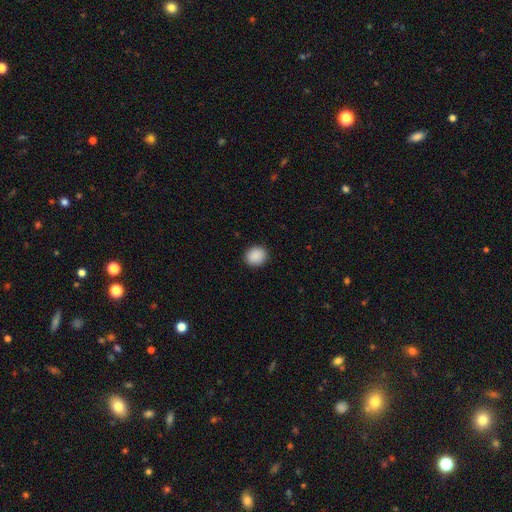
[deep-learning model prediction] Smooth or featured: smooth — 90% (star or artifact — 8%)
How rounded: round — 77% (in between — 22%)
Merging: none — 91% (minor disturbance — 6%)